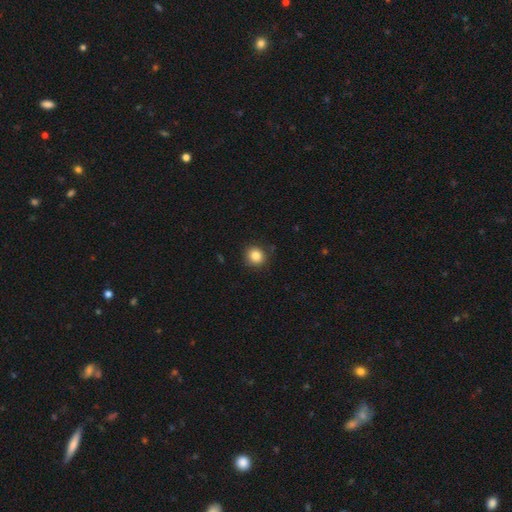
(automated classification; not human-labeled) This appears to be a smooth galaxy with no disk features (85%) that is round (88%). Merging: none (87%).